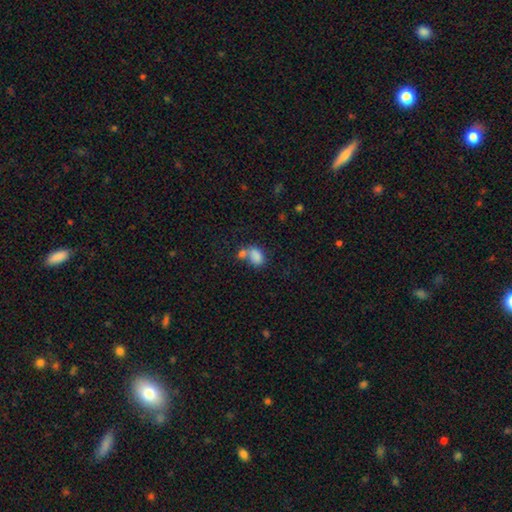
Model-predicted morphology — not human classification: Overall: smooth (81%). How rounded: in between (80%). Merging: merger (49%; none 31%).